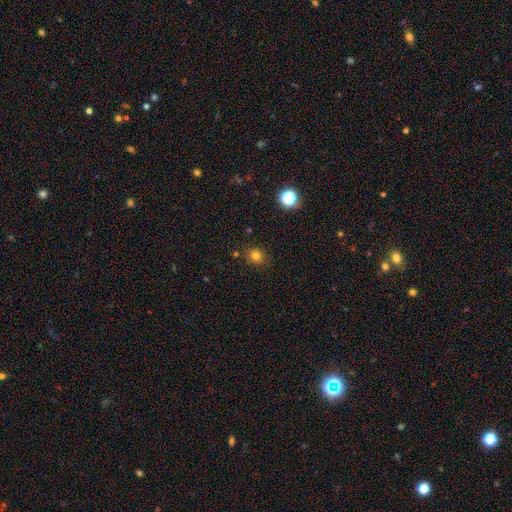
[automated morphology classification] This is likely a smooth galaxy (78%). How rounded: likely round (74%). Merging: clearly none (83%).